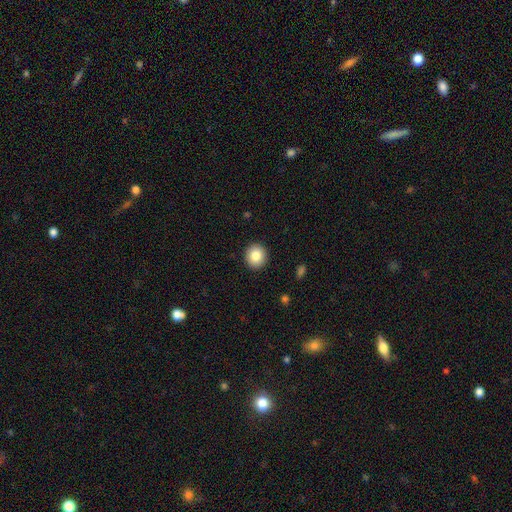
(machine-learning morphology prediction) smooth-or-featured: smooth: 84% | star or artifact: 9% | featured or disk: 7%
  how-rounded: round: 88% | in between: 11% | cigar-shaped: 1%
  merging: none: 92% | minor disturbance: 5% | major disturbance: 2% | merger: 1%